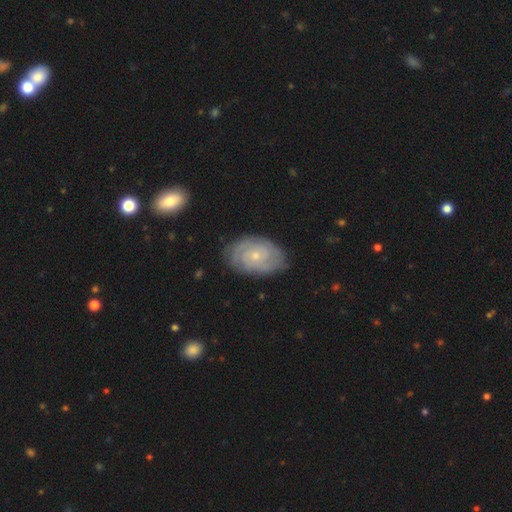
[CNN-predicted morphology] A featured or disk galaxy (76%) with no bar (76%), tight (74%) spiral arms (93%) and a small central bulge (74%).

Vote fractions:
- Smooth or featured? featured or disk: 76% / smooth: 18% / star or artifact: 6%
- Edge-on disk? no: 97% / yes: 3%
- Bar? no: 76% / weak: 21% / strong: 3%
- Spiral arms? yes: 93% / no: 7%
- Spiral winding? tight: 74% / medium: 21% / loose: 5%
- Spiral arm count? can't tell: 39% / 2: 24% / 3: 16% / 4: 11% / more than 4: 5% / 1: 5%
- Bulge size? small: 74% / moderate: 23% / none: 2% / large: 1% / dominant: 1%
- Merging? none: 79% / minor disturbance: 16% / major disturbance: 4% / merger: 1%